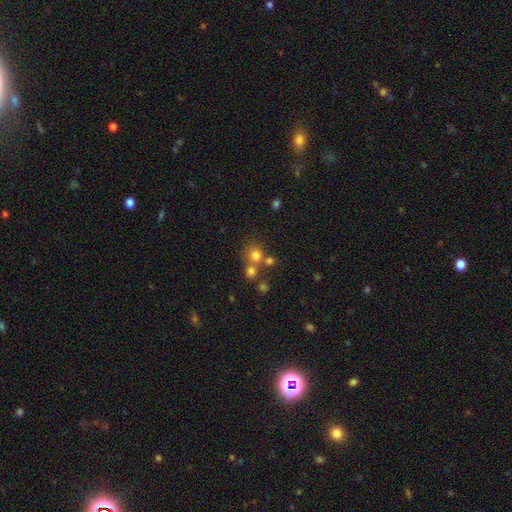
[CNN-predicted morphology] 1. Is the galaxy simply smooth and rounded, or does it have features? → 72% smooth, 17% star or artifact, 10% featured or disk.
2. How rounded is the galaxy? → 87% round, 12% in between, 1% cigar-shaped.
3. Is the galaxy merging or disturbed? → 56% none, 32% merger, 7% minor disturbance, 4% major disturbance.